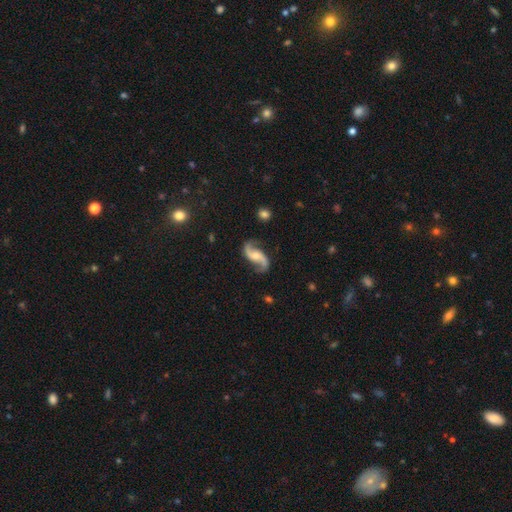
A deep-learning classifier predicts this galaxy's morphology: smooth_or_featured: featured or disk (p=0.91) [alt: smooth p=0.05]
disk_edge_on: no (p=0.97) [alt: yes p=0.03]
bar: no (p=0.51) [alt: weak p=0.35]
has_spiral_arms: yes (p=0.98) [alt: no p=0.02]
spiral_winding: loose (p=0.72) [alt: medium p=0.23]
spiral_arm_count: 2 (p=0.94) [alt: can't tell p=0.01]
bulge_size: moderate (p=0.48) [alt: small p=0.41]
merging: none (p=0.81) [alt: minor disturbance p=0.12]